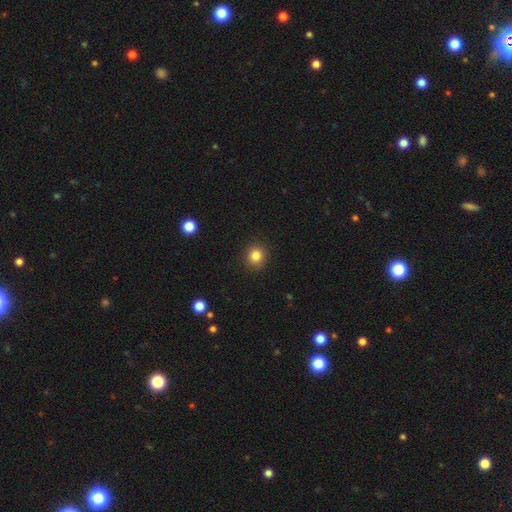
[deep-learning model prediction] smooth-or-featured: smooth: 84% | star or artifact: 11% | featured or disk: 5%
  how-rounded: round: 87% | in between: 12% | cigar-shaped: 1%
  merging: none: 90% | minor disturbance: 7% | major disturbance: 2% | merger: 1%